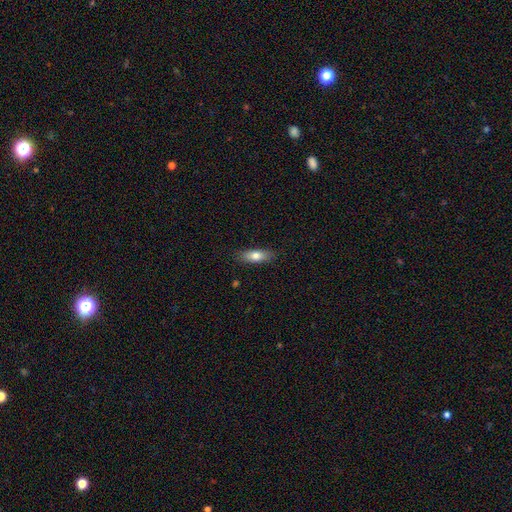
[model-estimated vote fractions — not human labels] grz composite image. It shows a smooth galaxy with no disk features (73%) that is in between round and cigar-shaped (64%). Merging: none (86%).